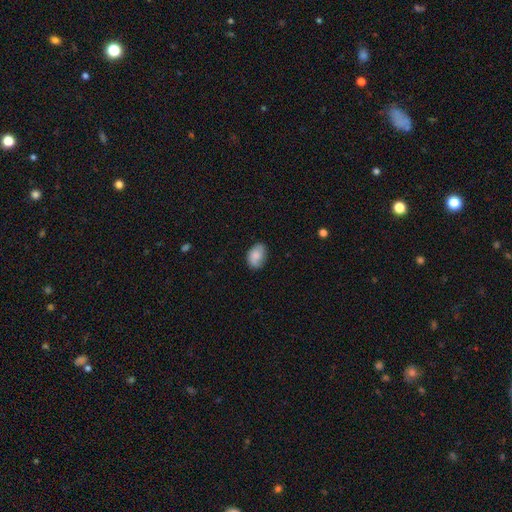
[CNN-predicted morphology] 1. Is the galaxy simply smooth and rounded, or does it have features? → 77% smooth, 16% featured or disk, 7% star or artifact.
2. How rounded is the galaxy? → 84% in between, 15% round, 1% cigar-shaped.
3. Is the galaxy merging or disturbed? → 77% none, 18% minor disturbance, 3% major disturbance, 1% merger.